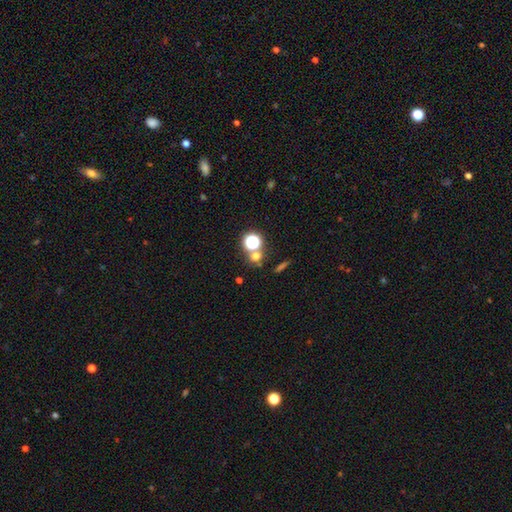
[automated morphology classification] type=smooth (57%); roundness=round (82%); merging=none (65%).